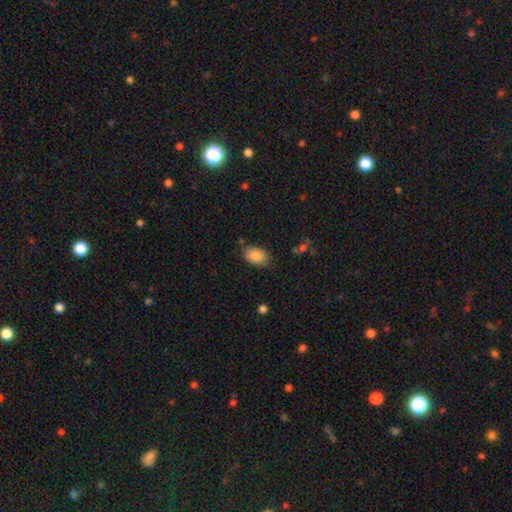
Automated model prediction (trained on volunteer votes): This is clearly a smooth galaxy (87%). How rounded: clearly in between (88%). Merging: likely none (78%).